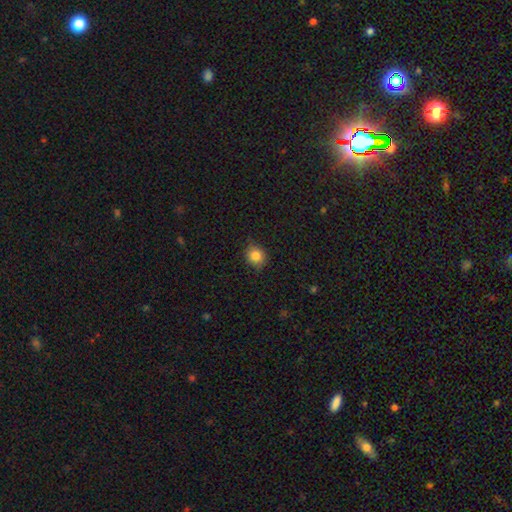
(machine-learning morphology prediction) Smooth or featured?
  - smooth: 84% *
  - star or artifact: 10%
  - featured or disk: 6%
How rounded?
  - round: 77% *
  - in between: 22%
  - cigar-shaped: 1%
Merging?
  - none: 80% *
  - minor disturbance: 16%
  - major disturbance: 3%
  - merger: 1%